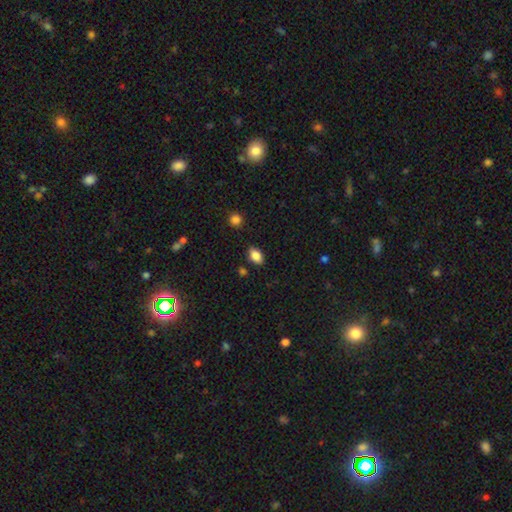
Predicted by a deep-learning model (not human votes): Smooth or featured? Predicted: smooth (p=0.85). How rounded? Predicted: in between (p=0.88). Merging? Predicted: none (p=0.83).